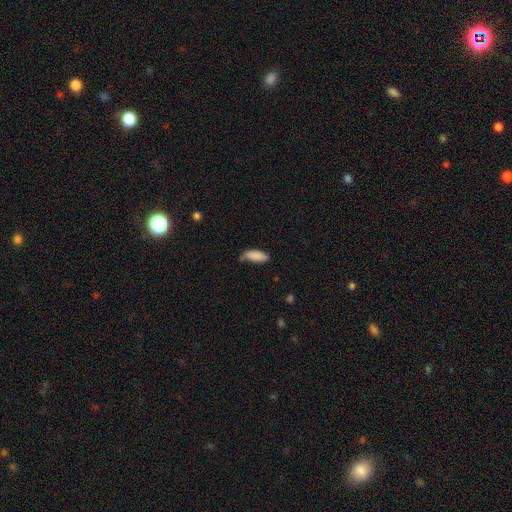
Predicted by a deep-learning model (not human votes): The model was most divided on "merging": none: 58%, minor disturbance: 32%, major disturbance: 7%, merger: 3%. More confident: smooth or featured — smooth (88%); how rounded — in between (78%).